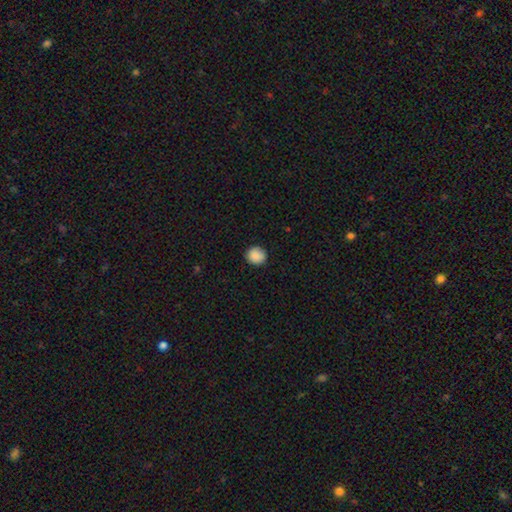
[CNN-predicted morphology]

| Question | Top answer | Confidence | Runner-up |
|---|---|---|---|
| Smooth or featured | smooth | 89% | star or artifact (8%) |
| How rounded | round | 87% | in between (13%) |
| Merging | none | 88% | minor disturbance (9%) |